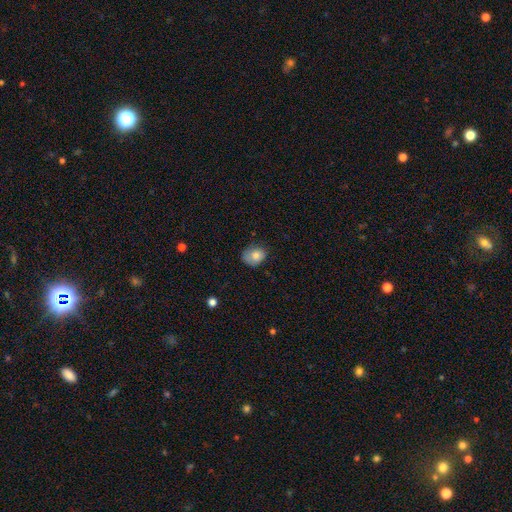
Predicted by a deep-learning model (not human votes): The model was most divided on "how rounded": in between: 50%, round: 49%, cigar-shaped: 1%. More confident: smooth or featured — smooth (78%); merging — none (57%).